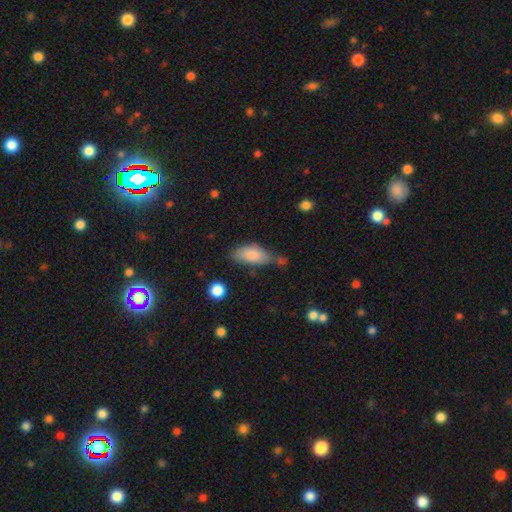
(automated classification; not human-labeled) Smooth or featured?
  - smooth: 74% *
  - star or artifact: 13%
  - featured or disk: 13%
How rounded?
  - in between: 82% *
  - cigar-shaped: 14%
  - round: 4%
Merging?
  - none: 53% *
  - minor disturbance: 30%
  - major disturbance: 8%
  - merger: 8%